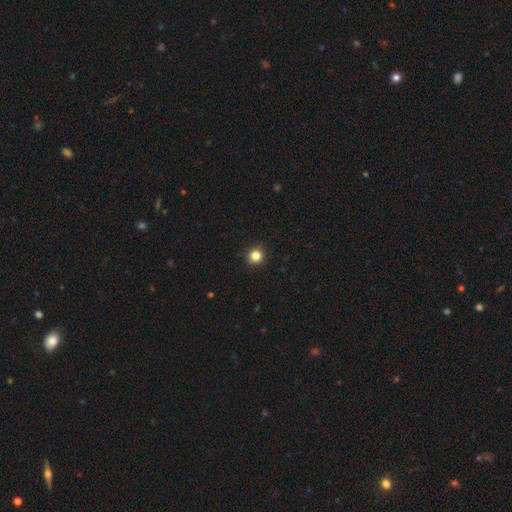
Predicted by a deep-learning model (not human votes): smooth 83%, star or artifact 12%, featured or disk 5%. Down the decision tree: how rounded — round (93%); merging — none (92%).